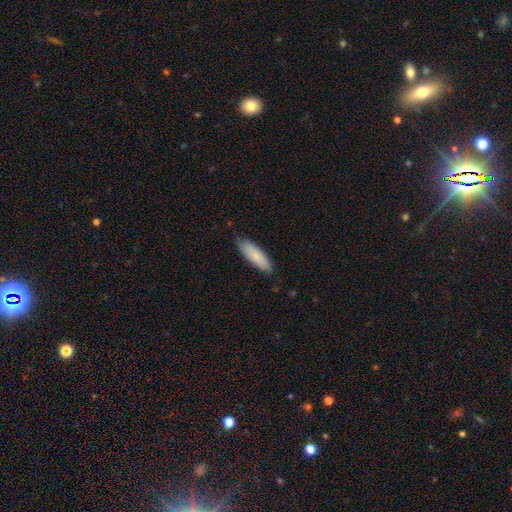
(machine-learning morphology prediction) Q: Smooth or featured?
A: smooth (83%); runner-up: featured or disk (11%)
Q: How rounded?
A: cigar-shaped (50%); runner-up: in between (49%)
Q: Merging?
A: none (83%); runner-up: minor disturbance (14%)